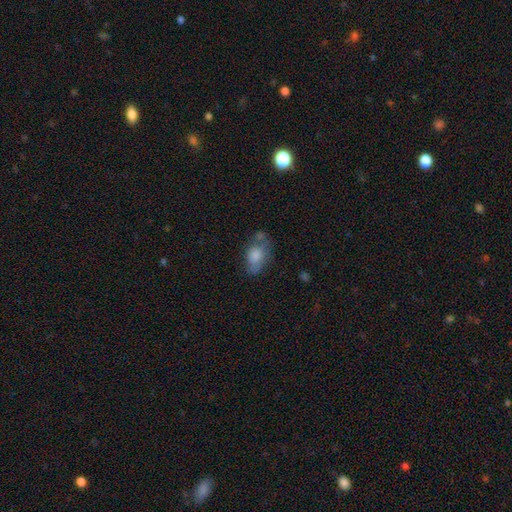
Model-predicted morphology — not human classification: Smooth or featured? Predicted: smooth (p=0.78). How rounded? Predicted: in between (p=0.85). Merging? Predicted: none (p=0.41).